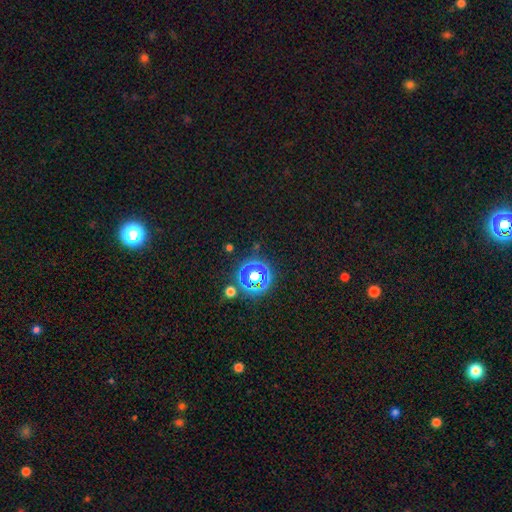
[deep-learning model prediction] A star or artifact, not a galaxy (73%).

Vote fractions:
- Smooth or featured? star or artifact: 73% / smooth: 21% / featured or disk: 7%